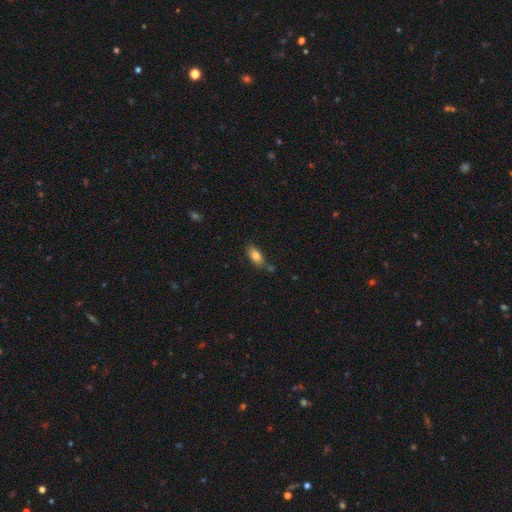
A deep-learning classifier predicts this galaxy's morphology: Smooth or featured?
  - smooth: 81% *
  - featured or disk: 11%
  - star or artifact: 8%
How rounded?
  - in between: 87% *
  - cigar-shaped: 10%
  - round: 3%
Merging?
  - none: 68% *
  - minor disturbance: 18%
  - merger: 9%
  - major disturbance: 4%